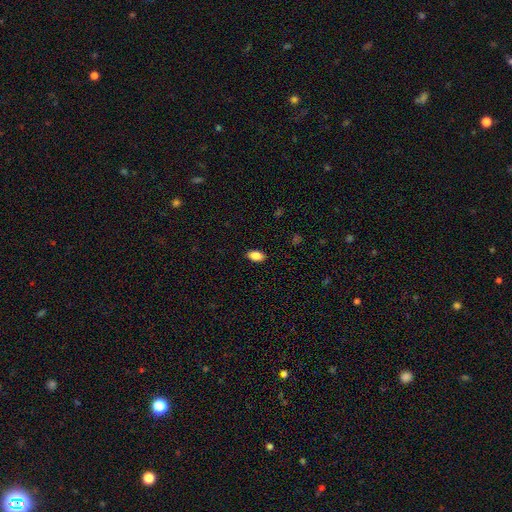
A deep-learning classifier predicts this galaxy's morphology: This appears to be a smooth galaxy with no disk features (86%) that is in between round and cigar-shaped (92%). Merging: none (88%).